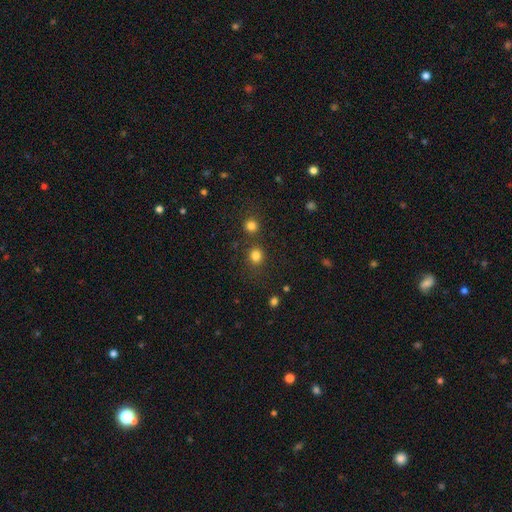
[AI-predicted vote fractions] smooth-or-featured: smooth: 81% | star or artifact: 15% | featured or disk: 5%
  how-rounded: round: 82% | in between: 17% | cigar-shaped: 1%
  merging: none: 75% | merger: 11% | minor disturbance: 10% | major disturbance: 4%